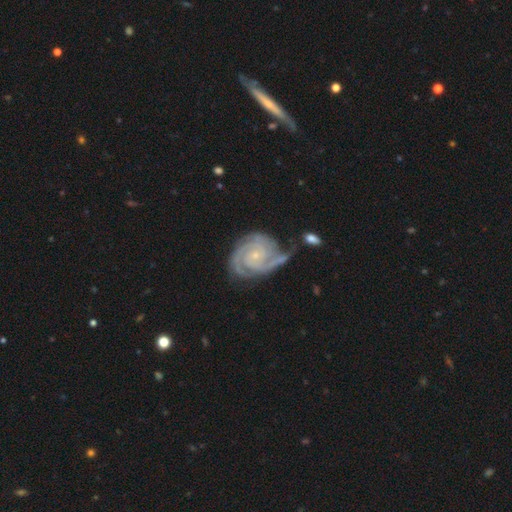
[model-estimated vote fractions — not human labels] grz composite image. It shows a featured or disk galaxy (91%) with no bar (67%), 2 (44%) tight (71%) spiral arms (98%) and a small central bulge (80%). Merging: none (58%).